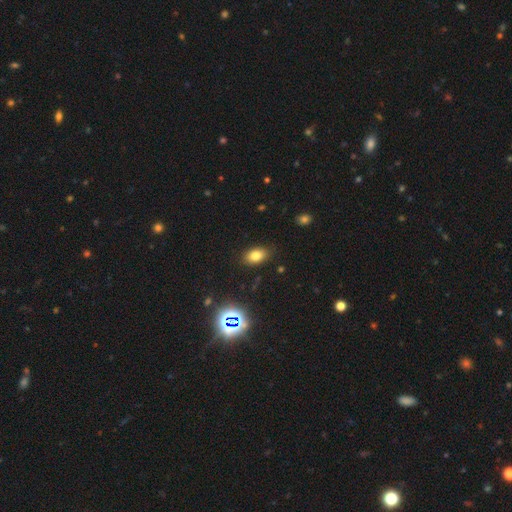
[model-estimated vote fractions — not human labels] The model was most divided on "smooth or featured": smooth: 77%, star or artifact: 14%, featured or disk: 8%. More confident: how rounded — in between (86%); merging — none (84%).